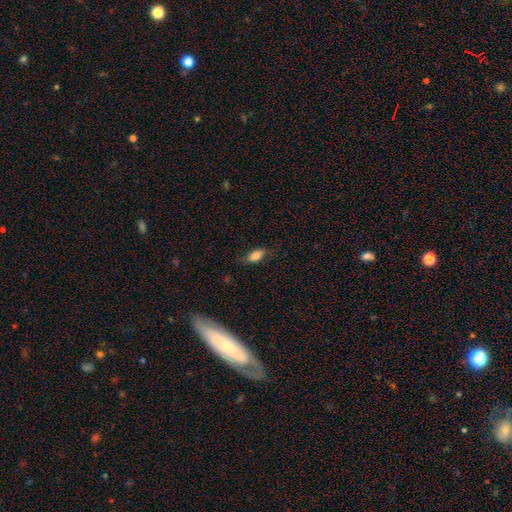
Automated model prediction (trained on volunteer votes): smooth-or-featured: smooth: 80% | featured or disk: 12% | star or artifact: 8%
  how-rounded: in between: 85% | cigar-shaped: 10% | round: 5%
  merging: none: 71% | minor disturbance: 21% | major disturbance: 6% | merger: 1%